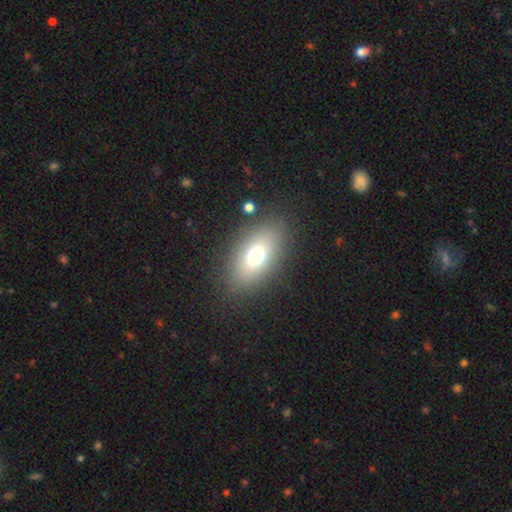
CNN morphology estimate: Q: Smooth or featured?
A: smooth (70%); runner-up: featured or disk (19%)
Q: How rounded?
A: in between (85%); runner-up: round (9%)
Q: Merging?
A: none (83%); runner-up: minor disturbance (10%)